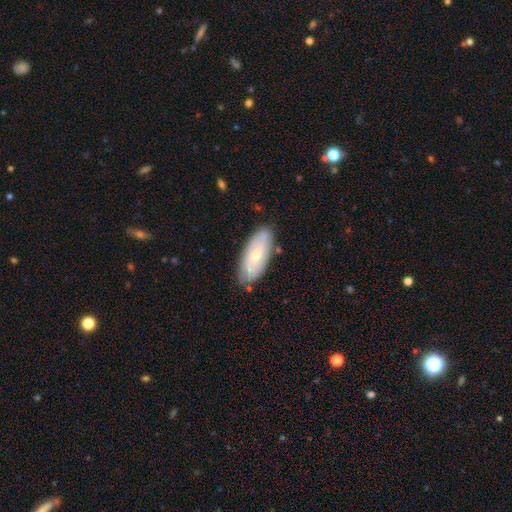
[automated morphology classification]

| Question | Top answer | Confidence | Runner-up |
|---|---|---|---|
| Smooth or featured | featured or disk | 50% | smooth (44%) |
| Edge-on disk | no | 87% | yes (13%) |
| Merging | none | 80% | minor disturbance (15%) |